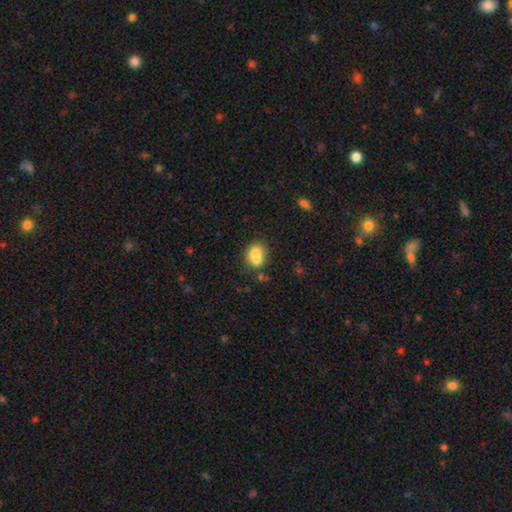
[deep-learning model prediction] smooth 71%, featured or disk 19%, star or artifact 10%. Down the decision tree: how rounded — round (53%); merging — merger (53%).